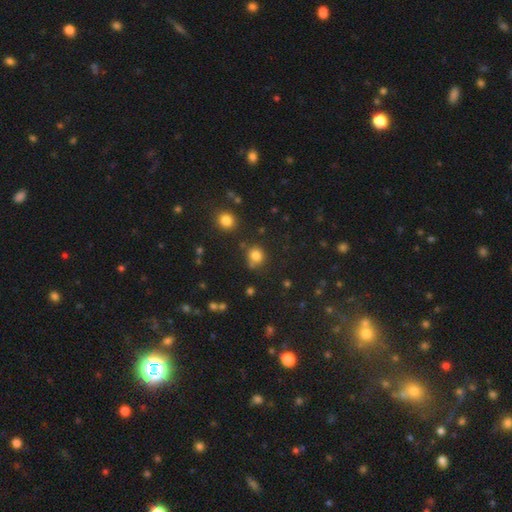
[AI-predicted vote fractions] Smooth or featured? smooth (79%)
How rounded? round (85%)
Merging? none (71%)